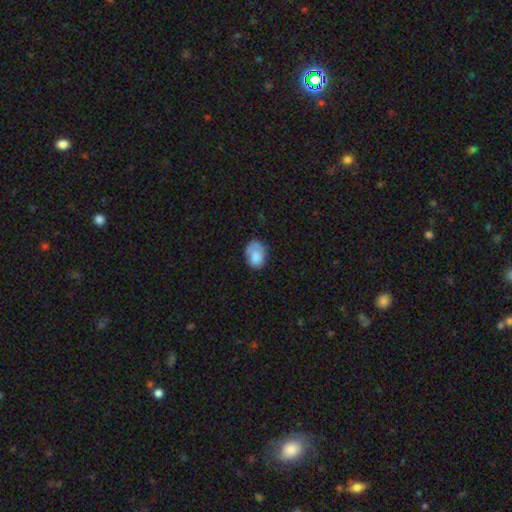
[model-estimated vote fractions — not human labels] smooth-or-featured: smooth: 76% | featured or disk: 16% | star or artifact: 8%
  how-rounded: in between: 75% | round: 24% | cigar-shaped: 1%
  merging: none: 55% | minor disturbance: 30% | major disturbance: 13% | merger: 3%